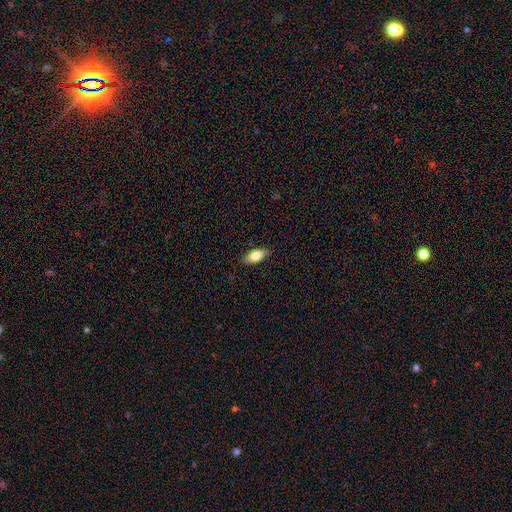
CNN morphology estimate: Overall: smooth (78%). How rounded: in between (84%). Merging: none (86%).